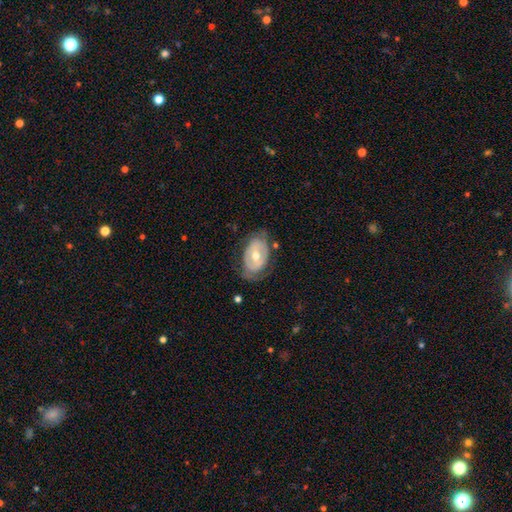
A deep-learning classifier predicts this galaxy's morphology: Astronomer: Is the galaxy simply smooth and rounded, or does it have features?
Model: featured or disk — 64%.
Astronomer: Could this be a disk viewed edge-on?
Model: no — 93%.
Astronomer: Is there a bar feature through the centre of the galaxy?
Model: no — 55%.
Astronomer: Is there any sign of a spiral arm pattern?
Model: no — 61% (runner-up: yes, 39%).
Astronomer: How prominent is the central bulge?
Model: moderate — 70%.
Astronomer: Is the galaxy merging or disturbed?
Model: none — 66%.